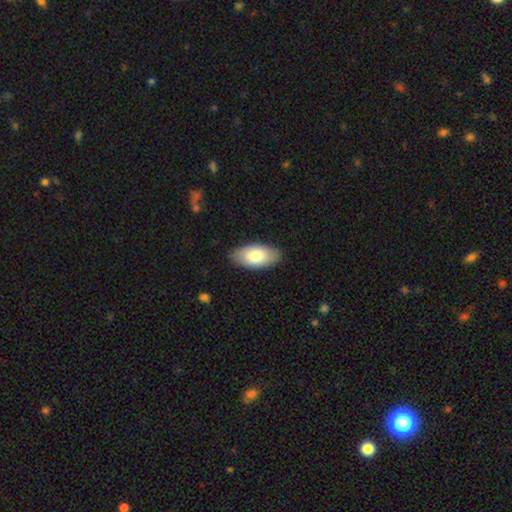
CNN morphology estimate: Smooth or featured? smooth (79%)
How rounded? in between (94%)
Merging? none (87%)